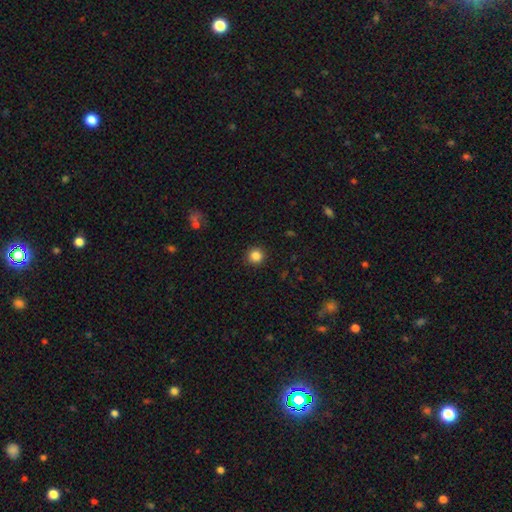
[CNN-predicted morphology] Smooth or featured? smooth (85%)
How rounded? round (95%)
Merging? none (92%)